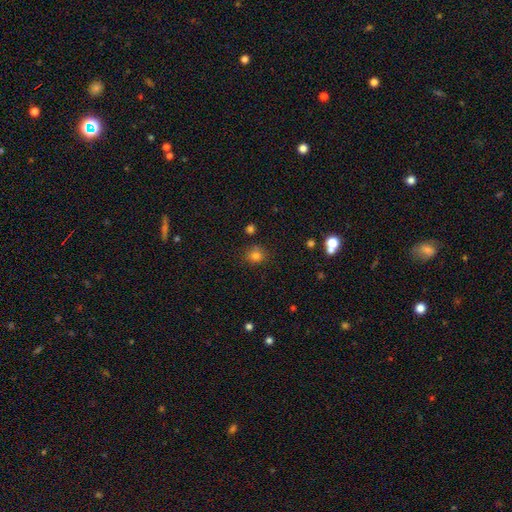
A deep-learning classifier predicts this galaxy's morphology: Overall: smooth (80%). How rounded: round (84%). Merging: none (82%).